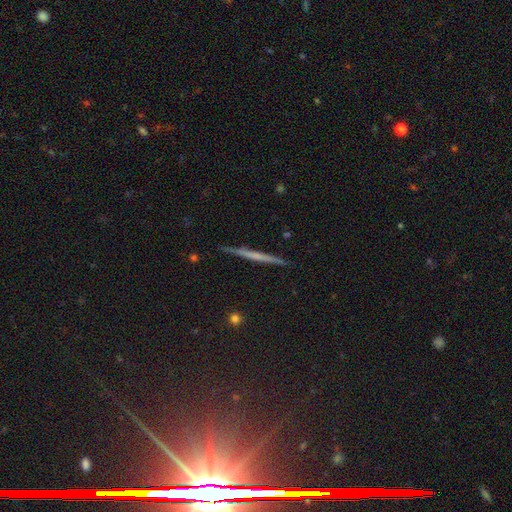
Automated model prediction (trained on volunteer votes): The model was most divided on "smooth or featured": featured or disk: 57%, smooth: 34%, star or artifact: 9%. More confident: edge-on disk — yes (98%); merging — none (90%); edge-on bulge — none (79%).